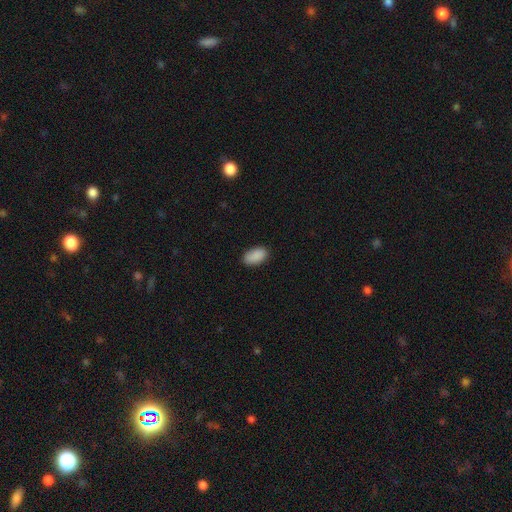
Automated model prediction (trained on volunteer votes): Smooth or featured: smooth — 90% (star or artifact — 7%)
How rounded: in between — 94% (round — 4%)
Merging: none — 87% (minor disturbance — 10%)